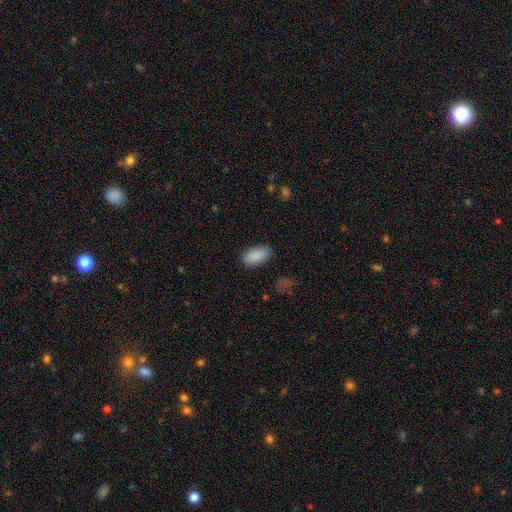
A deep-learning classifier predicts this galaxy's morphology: A smooth galaxy with no disk features (89%) that is in between round and cigar-shaped (94%). Merging: none (85%).